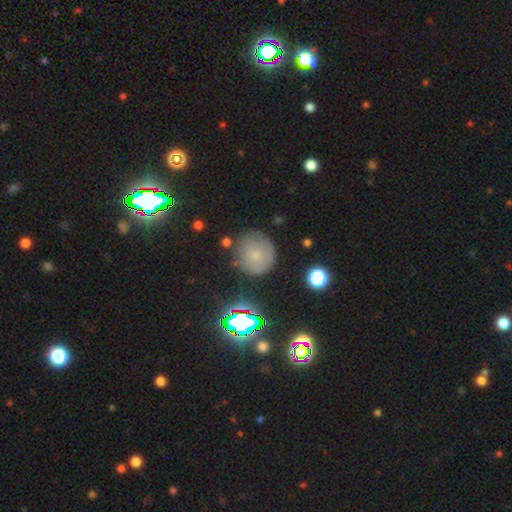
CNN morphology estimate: smooth_or_featured: smooth (p=0.65) [alt: star or artifact p=0.19]
how_rounded: round (p=0.89) [alt: in between p=0.10]
merging: none (p=0.75) [alt: minor disturbance p=0.17]